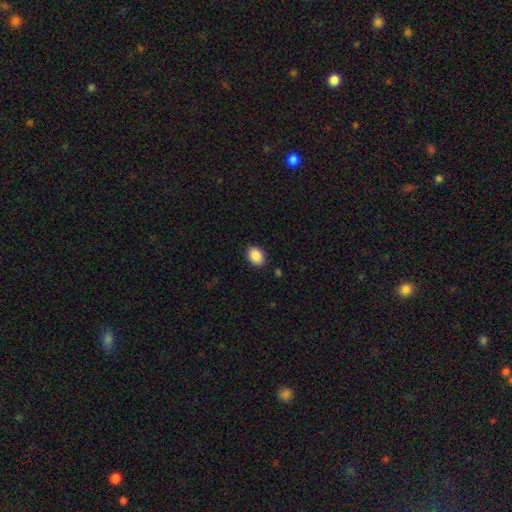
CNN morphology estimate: Smooth or featured? smooth (90%)
How rounded? in between (73%)
Merging? none (88%)